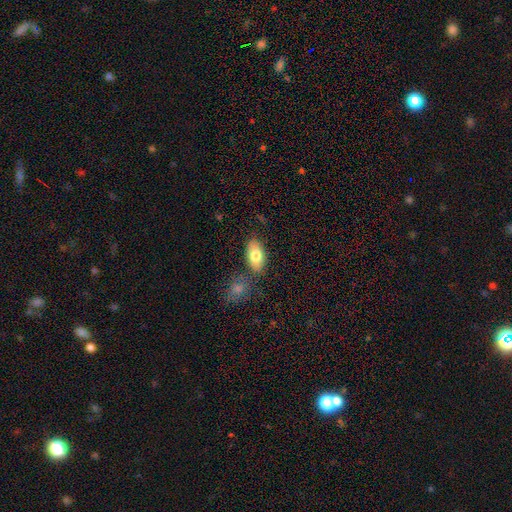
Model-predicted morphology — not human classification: Smooth or featured? smooth (78%)
How rounded? in between (92%)
Merging? none (77%)